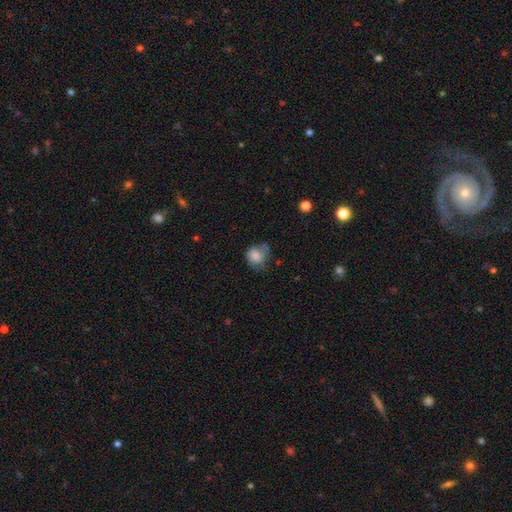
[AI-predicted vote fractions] Smooth or featured?
  - smooth: 67% *
  - featured or disk: 24%
  - star or artifact: 9%
How rounded?
  - round: 66% *
  - in between: 33%
  - cigar-shaped: 1%
Merging?
  - none: 41% *
  - minor disturbance: 33%
  - major disturbance: 23%
  - merger: 3%